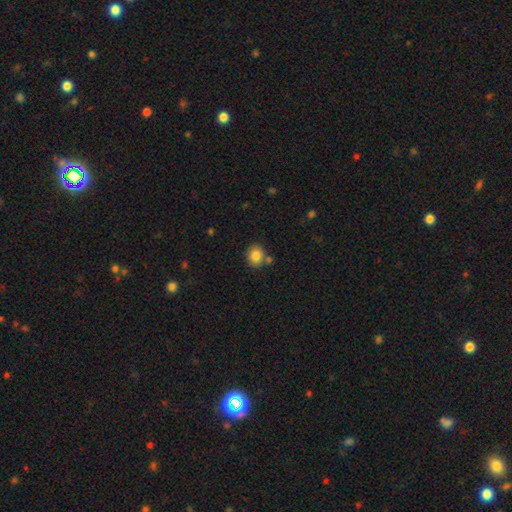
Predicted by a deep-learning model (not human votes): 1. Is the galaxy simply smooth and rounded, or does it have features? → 83% smooth, 9% star or artifact, 8% featured or disk.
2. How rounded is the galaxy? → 75% round, 24% in between, 1% cigar-shaped.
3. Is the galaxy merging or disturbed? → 74% none, 12% merger, 11% minor disturbance, 3% major disturbance.